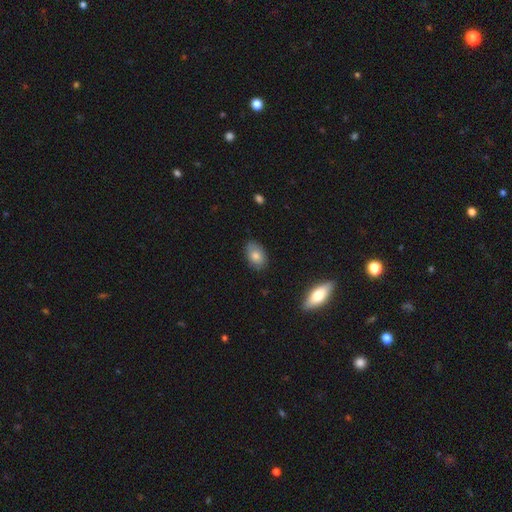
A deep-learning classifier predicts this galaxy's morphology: smooth_or_featured: smooth (p=0.78) [alt: featured or disk p=0.14]
how_rounded: in between (p=0.87) [alt: round p=0.12]
merging: none (p=0.79) [alt: minor disturbance p=0.17]